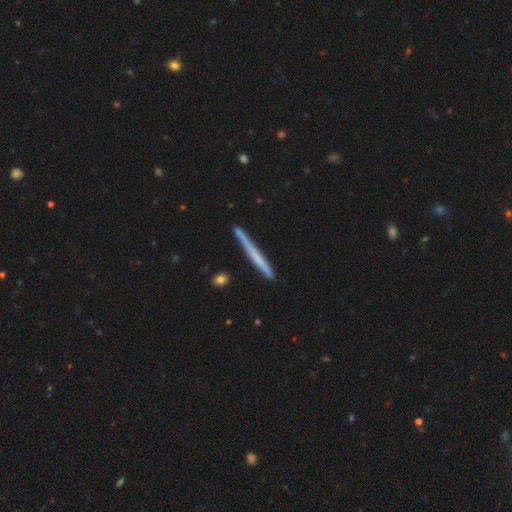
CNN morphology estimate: Overall: smooth (49%; featured or disk 45%). Merging: none (85%).